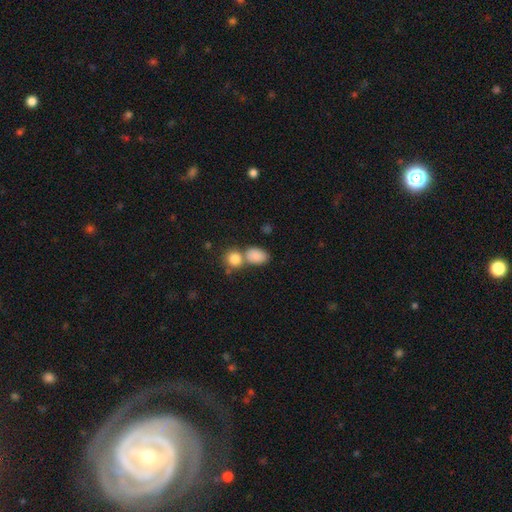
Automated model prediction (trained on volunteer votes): A smooth galaxy with no disk features (86%) that is in between round and cigar-shaped (76%). Merging: none (45%).